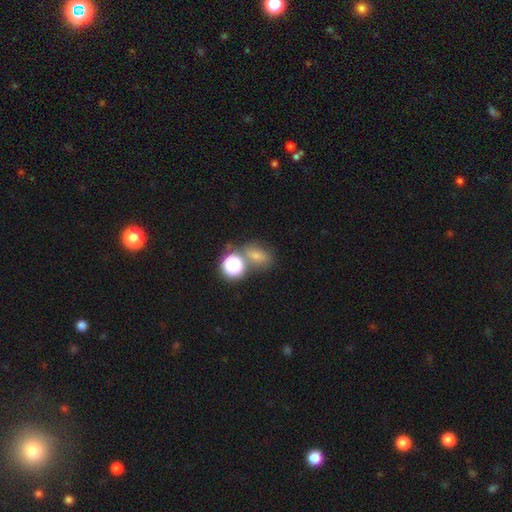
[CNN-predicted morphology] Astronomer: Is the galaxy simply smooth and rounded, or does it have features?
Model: smooth — 52% (runner-up: star or artifact, 35%).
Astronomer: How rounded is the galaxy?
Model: in between — 51% (runner-up: round, 47%).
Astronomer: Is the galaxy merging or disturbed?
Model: none — 61%.